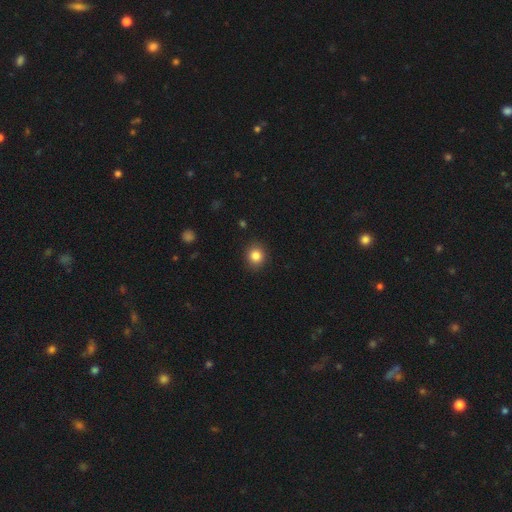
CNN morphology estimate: smooth-or-featured: smooth: 85% | star or artifact: 10% | featured or disk: 5%
  how-rounded: round: 83% | in between: 16% | cigar-shaped: 1%
  merging: none: 90% | minor disturbance: 7% | major disturbance: 2% | merger: 1%